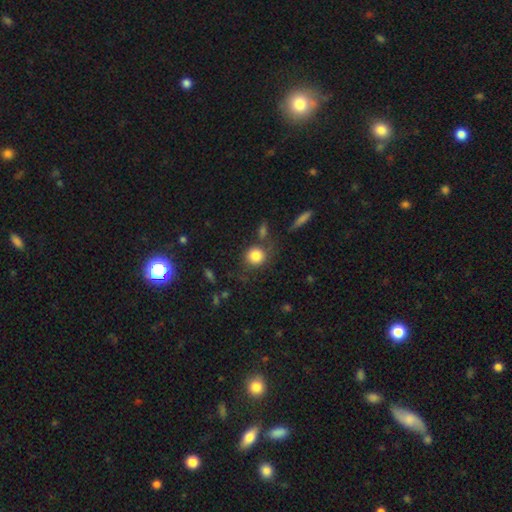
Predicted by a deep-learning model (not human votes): Overall: smooth (84%). How rounded: round (86%). Merging: none (68%).